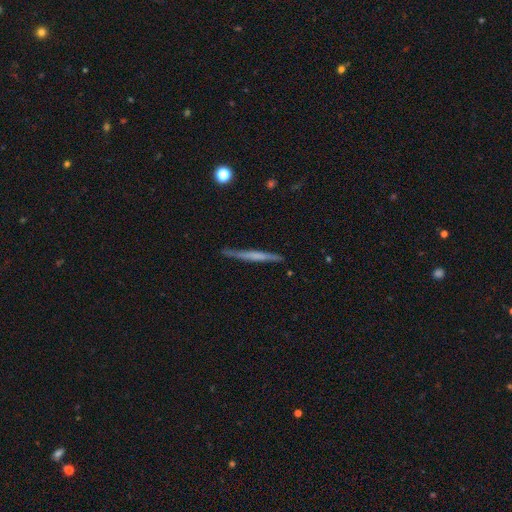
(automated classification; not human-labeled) This is possibly a featured or disk galaxy (50%). It is clearly viewed edge-on (96%). Merging: clearly none (85%).